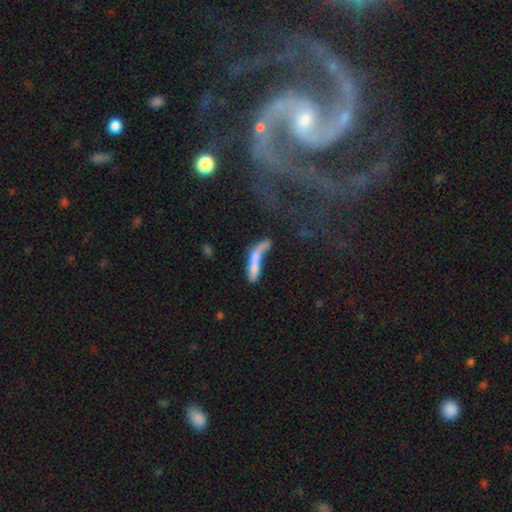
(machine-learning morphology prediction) This is likely a smooth galaxy (62%). How rounded: likely cigar-shaped (76%). Merging: possibly merger (52%).